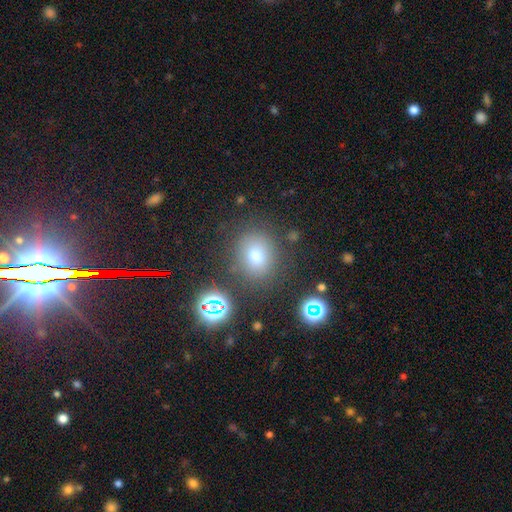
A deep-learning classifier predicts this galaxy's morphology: Overall: smooth (67%). How rounded: round (69%; in between 30%). Merging: none (82%).